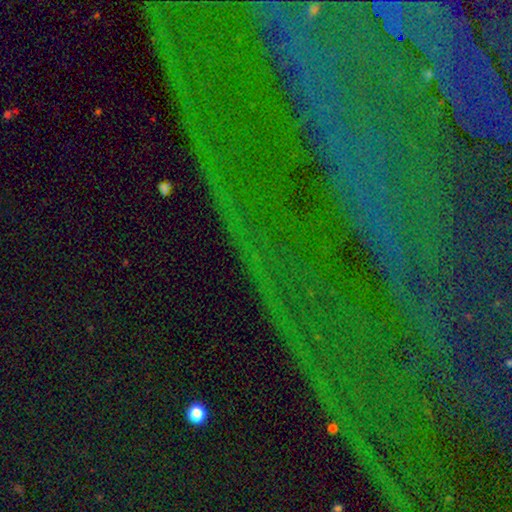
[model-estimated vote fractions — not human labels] Q: Smooth or featured?
A: star or artifact (80%); runner-up: featured or disk (12%)